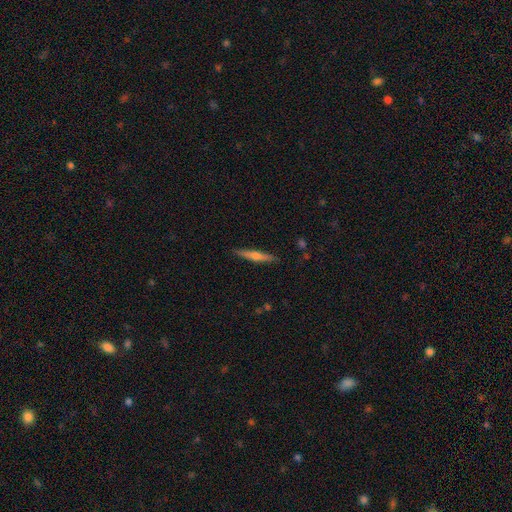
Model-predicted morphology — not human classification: smooth_or_featured: featured or disk (p=0.56) [alt: smooth p=0.38]
disk_edge_on: yes (p=0.97) [alt: no p=0.03]
edge_on_bulge: rounded (p=0.79) [alt: none p=0.15]
merging: none (p=0.90) [alt: minor disturbance p=0.08]